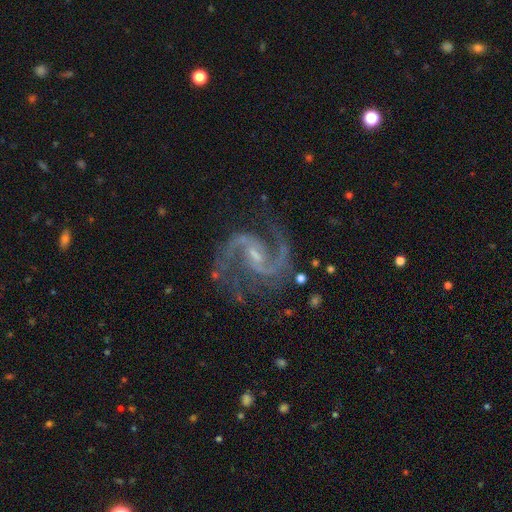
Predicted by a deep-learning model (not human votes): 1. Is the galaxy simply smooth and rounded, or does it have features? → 94% featured or disk, 4% star or artifact, 2% smooth.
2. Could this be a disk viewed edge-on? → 98% no, 2% yes.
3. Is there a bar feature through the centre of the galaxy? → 53% weak, 26% no, 20% strong.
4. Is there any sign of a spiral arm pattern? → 99% yes, 1% no.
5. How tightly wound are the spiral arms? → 68% medium, 19% loose, 12% tight.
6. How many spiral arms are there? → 93% 2, 2% 3, 1% can't tell, 1% 1, 1% 4, 1% more than 4.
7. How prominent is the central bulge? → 67% small, 21% moderate, 10% none, 1% large, 1% dominant.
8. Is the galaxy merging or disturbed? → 76% none, 15% minor disturbance, 7% major disturbance, 2% merger.